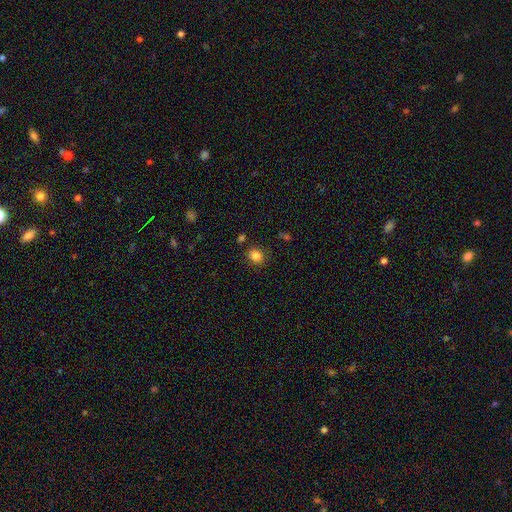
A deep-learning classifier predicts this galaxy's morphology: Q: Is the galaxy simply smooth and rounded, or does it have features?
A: smooth — 84%.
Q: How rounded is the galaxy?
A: round — 71%.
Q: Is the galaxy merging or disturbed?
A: none — 83%.